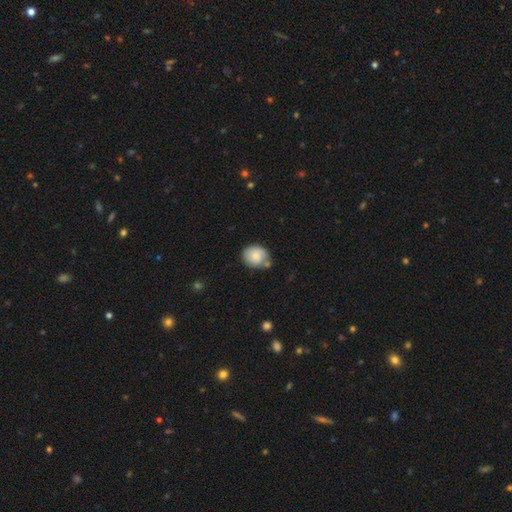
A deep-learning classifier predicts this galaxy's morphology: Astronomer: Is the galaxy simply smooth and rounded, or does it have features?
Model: smooth — 76%.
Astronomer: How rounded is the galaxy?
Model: round — 69%.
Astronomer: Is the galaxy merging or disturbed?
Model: none — 60%.